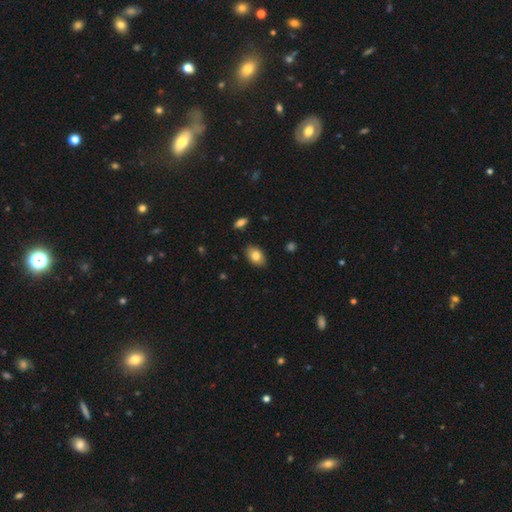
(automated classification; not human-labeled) Overall: smooth (82%). How rounded: in between (89%). Merging: none (86%).